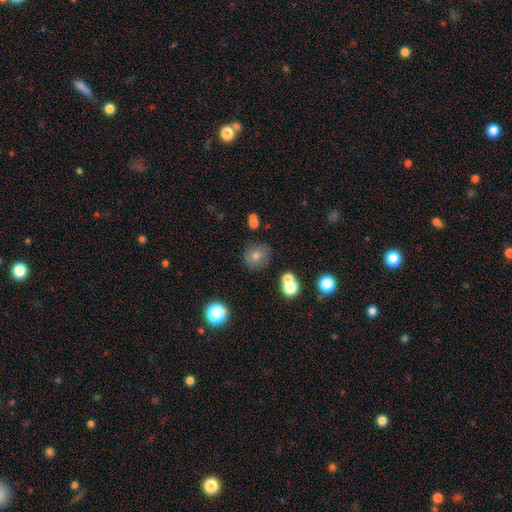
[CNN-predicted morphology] This is likely a smooth galaxy (68%). How rounded: clearly round (85%). Merging: likely none (75%).